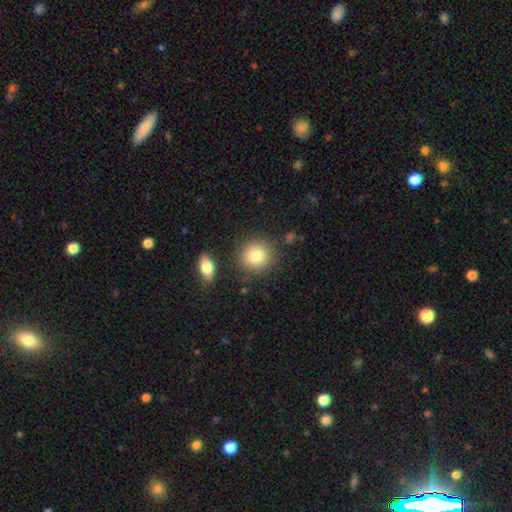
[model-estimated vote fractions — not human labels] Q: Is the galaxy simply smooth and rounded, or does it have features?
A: smooth — 82%.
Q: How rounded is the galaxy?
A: round — 89%.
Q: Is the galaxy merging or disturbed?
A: none — 83%.